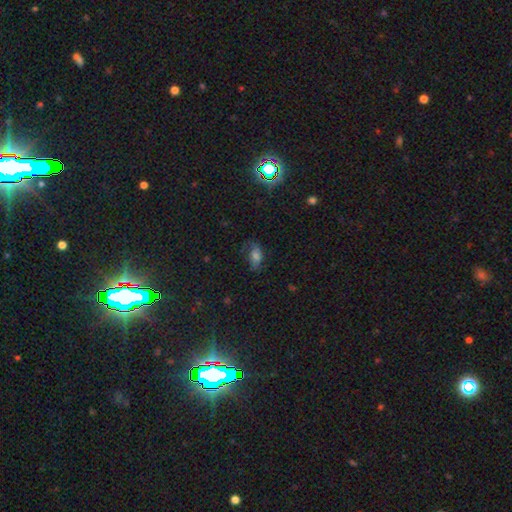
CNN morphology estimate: smooth-or-featured: smooth: 46% | star or artifact: 28% | featured or disk: 26%
  merging: none: 55% | minor disturbance: 26% | major disturbance: 17% | merger: 2%